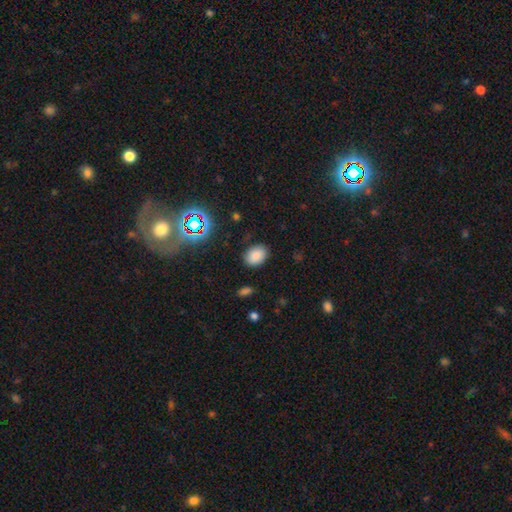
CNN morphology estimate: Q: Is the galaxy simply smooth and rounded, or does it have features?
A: smooth — 82%.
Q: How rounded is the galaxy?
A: in between — 72%.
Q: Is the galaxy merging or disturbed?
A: none — 85%.